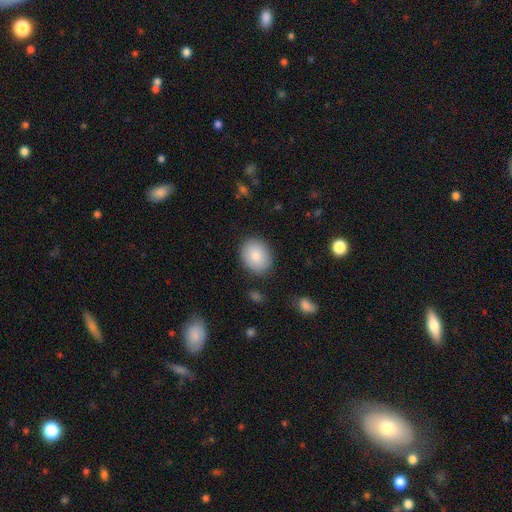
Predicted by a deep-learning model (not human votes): Overall: smooth (82%). How rounded: round (50%; in between 49%). Merging: none (86%).